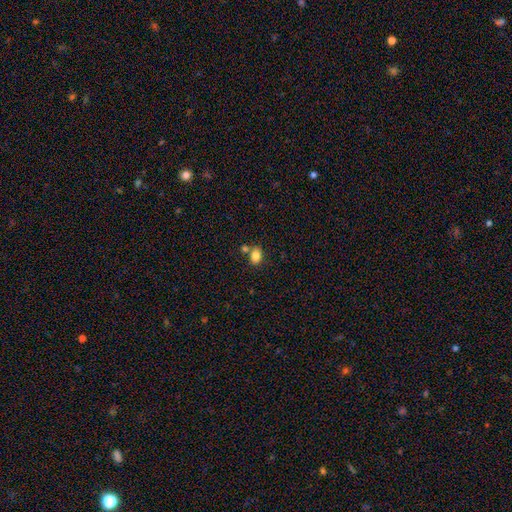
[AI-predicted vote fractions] A smooth galaxy with no disk features (84%) that is in between round and cigar-shaped (76%). Merging: none (65%).